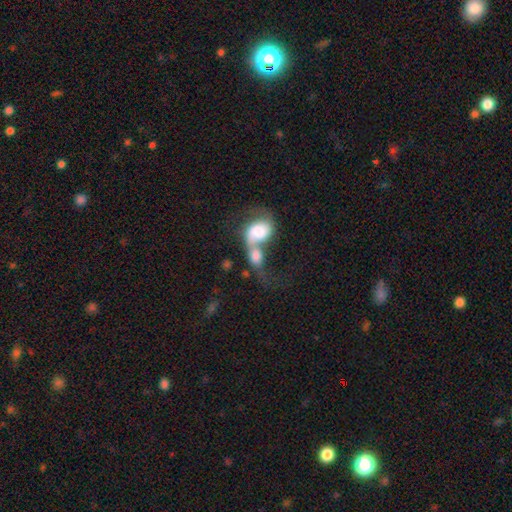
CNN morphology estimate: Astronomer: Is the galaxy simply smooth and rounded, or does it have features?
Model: smooth — 53% (runner-up: featured or disk, 39%).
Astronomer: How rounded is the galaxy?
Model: in between — 63%.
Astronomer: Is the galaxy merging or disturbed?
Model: merger — 78%.